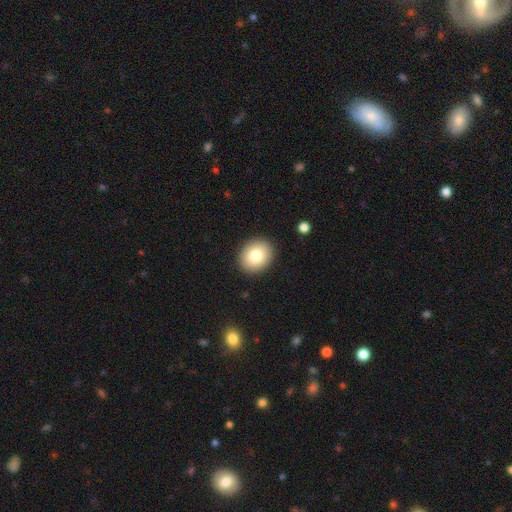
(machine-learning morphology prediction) type=smooth (82%); roundness=round (59%); merging=none (90%).